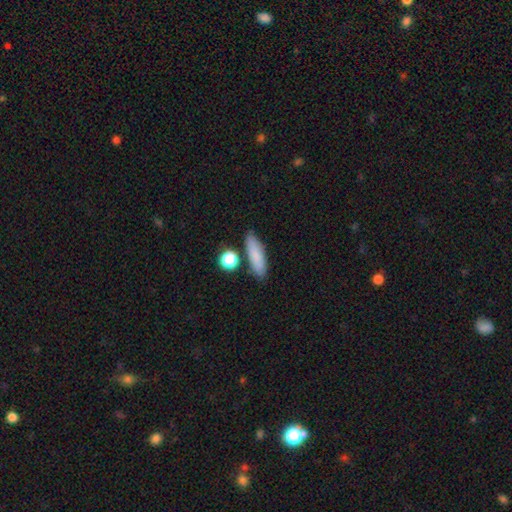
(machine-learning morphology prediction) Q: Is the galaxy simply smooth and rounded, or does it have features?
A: smooth — 83%.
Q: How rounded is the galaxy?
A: cigar-shaped — 53%.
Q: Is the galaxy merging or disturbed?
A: none — 78%.